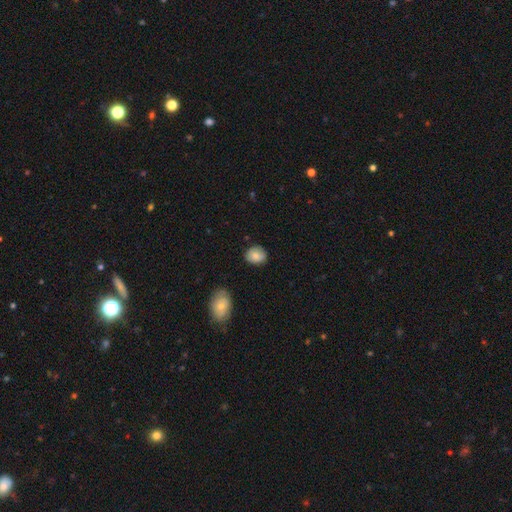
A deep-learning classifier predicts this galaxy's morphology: Overall: smooth (82%). How rounded: round (57%; in between 42%). Merging: none (82%).